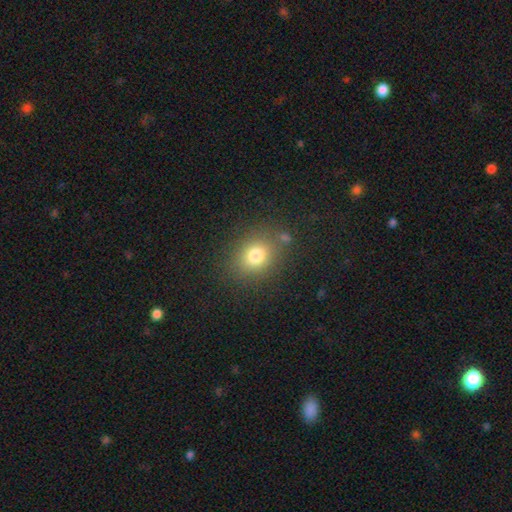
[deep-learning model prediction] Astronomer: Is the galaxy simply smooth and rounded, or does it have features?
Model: smooth — 78%.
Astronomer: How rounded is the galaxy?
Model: round — 56% (runner-up: in between, 43%).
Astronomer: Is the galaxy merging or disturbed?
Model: none — 80%.